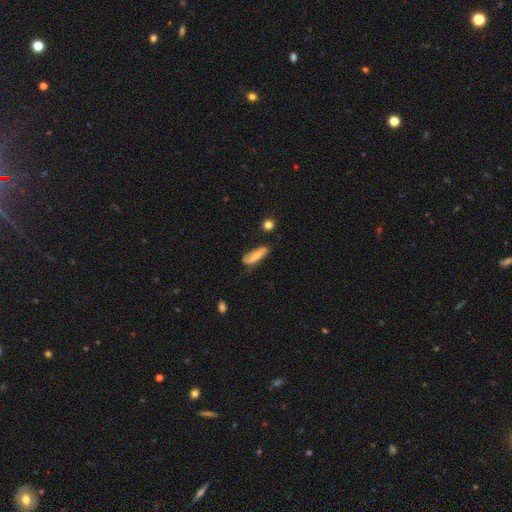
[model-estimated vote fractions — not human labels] Smooth or featured? Predicted: smooth (p=0.69). How rounded? Predicted: in between (p=0.51). Merging? Predicted: none (p=0.57).